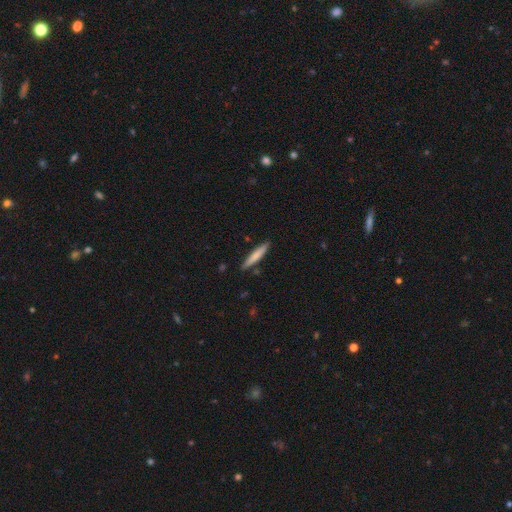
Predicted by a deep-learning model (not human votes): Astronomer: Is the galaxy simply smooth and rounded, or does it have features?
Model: smooth — 71%.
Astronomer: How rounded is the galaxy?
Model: cigar-shaped — 93%.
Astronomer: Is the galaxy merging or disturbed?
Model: none — 87%.